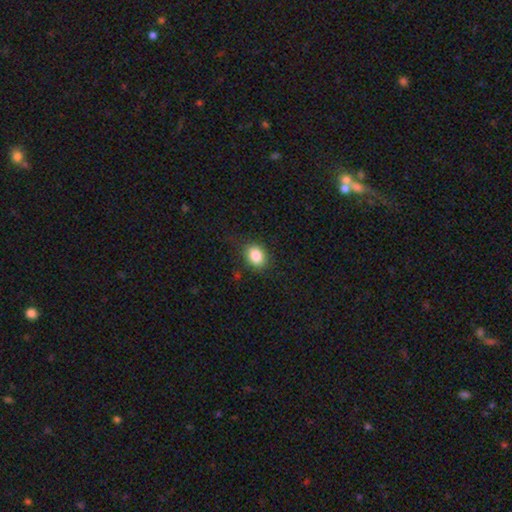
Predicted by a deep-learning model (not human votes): Q: Smooth or featured?
A: smooth (85%); runner-up: star or artifact (9%)
Q: How rounded?
A: in between (60%); runner-up: round (39%)
Q: Merging?
A: none (83%); runner-up: minor disturbance (12%)